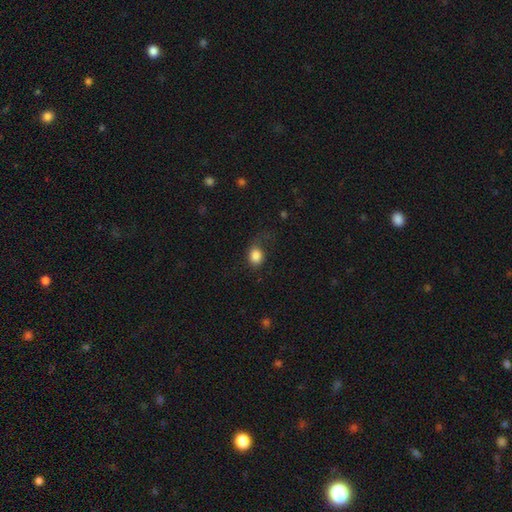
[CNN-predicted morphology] This appears to be a smooth galaxy with no disk features (84%) that is round (53%). Merging: none (54%).